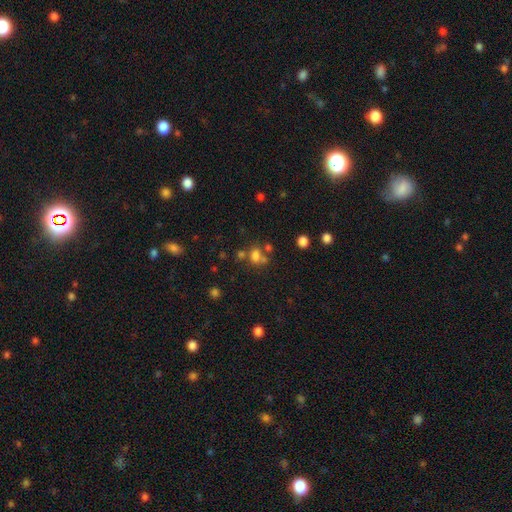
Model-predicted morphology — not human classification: This is likely a smooth galaxy (67%). How rounded: possibly round (49%, tied with in between). Merging: marginally none (45%).